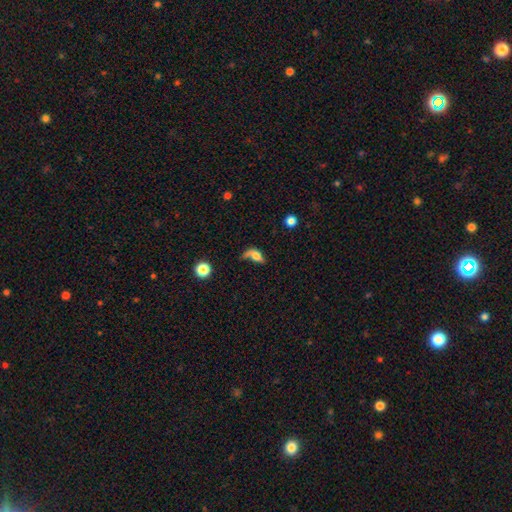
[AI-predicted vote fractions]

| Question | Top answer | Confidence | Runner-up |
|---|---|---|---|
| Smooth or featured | smooth | 56% | featured or disk (34%) |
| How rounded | in between | 74% | round (13%) |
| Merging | major disturbance | 36% | none (29%) |